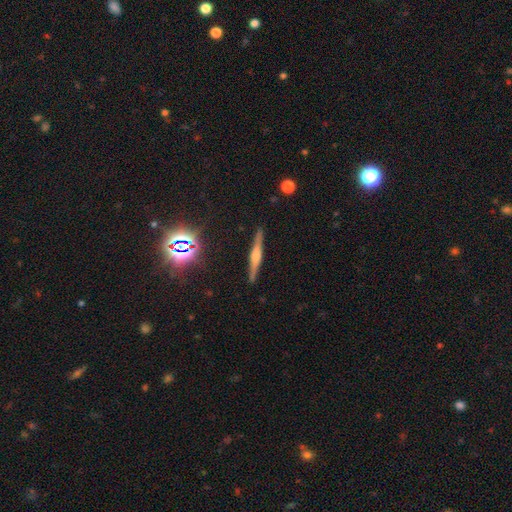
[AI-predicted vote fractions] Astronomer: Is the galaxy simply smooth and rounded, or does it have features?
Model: featured or disk — 67%.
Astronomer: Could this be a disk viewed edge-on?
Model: yes — 97%.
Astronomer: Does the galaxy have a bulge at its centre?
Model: rounded — 61%.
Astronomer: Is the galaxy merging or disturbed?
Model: none — 90%.